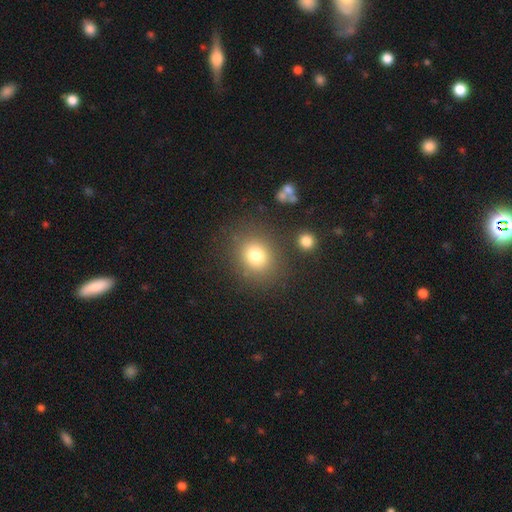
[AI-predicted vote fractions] Smooth or featured? Predicted: smooth (p=0.77). How rounded? Predicted: round (p=0.75). Merging? Predicted: none (p=0.82).